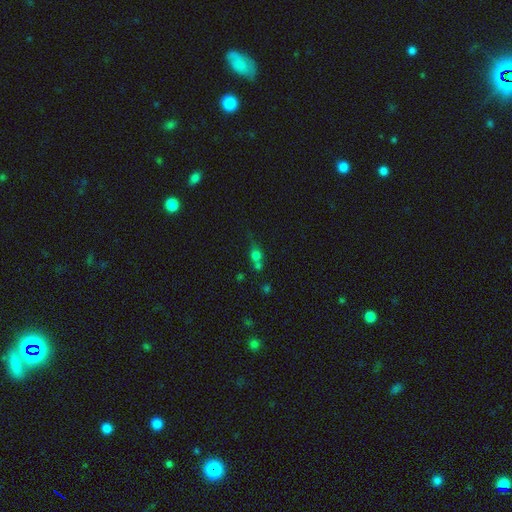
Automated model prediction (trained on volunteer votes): This is likely a smooth galaxy (65%). How rounded: likely round (65%). Merging: marginally merger (42%).